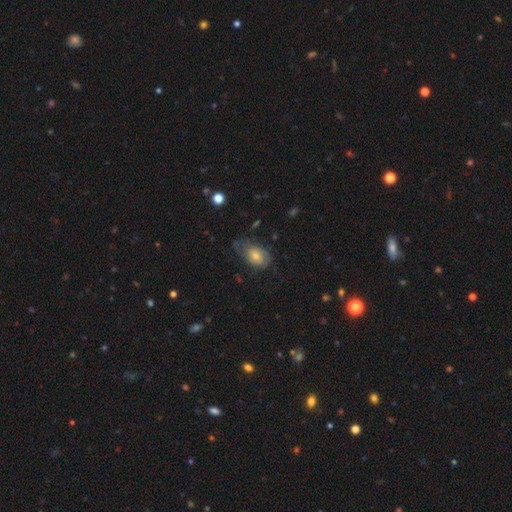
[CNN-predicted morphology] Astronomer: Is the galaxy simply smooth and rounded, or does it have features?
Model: smooth — 48% (runner-up: featured or disk, 44%).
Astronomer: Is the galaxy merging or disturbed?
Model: none — 47% (runner-up: minor disturbance, 32%).